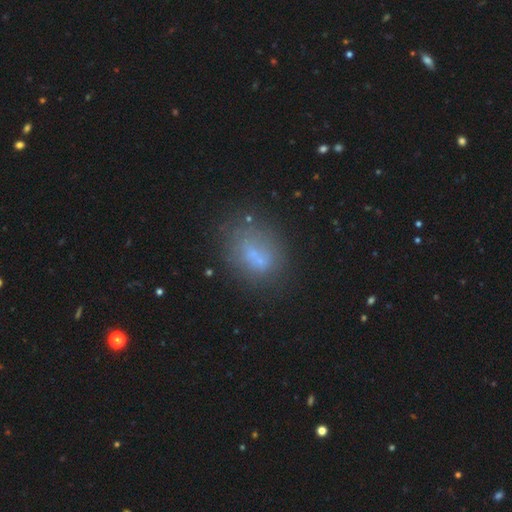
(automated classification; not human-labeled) Morphology: type=smooth (55%); roundness=in between (64%); merging=none (52%).